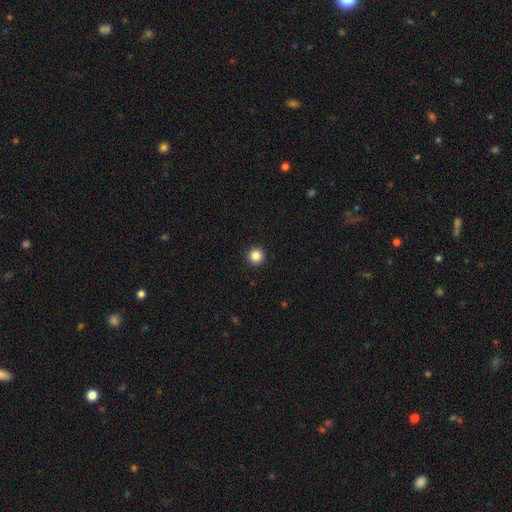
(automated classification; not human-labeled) smooth 86%, star or artifact 11%, featured or disk 3%. Down the decision tree: how rounded — round (96%); merging — none (94%).